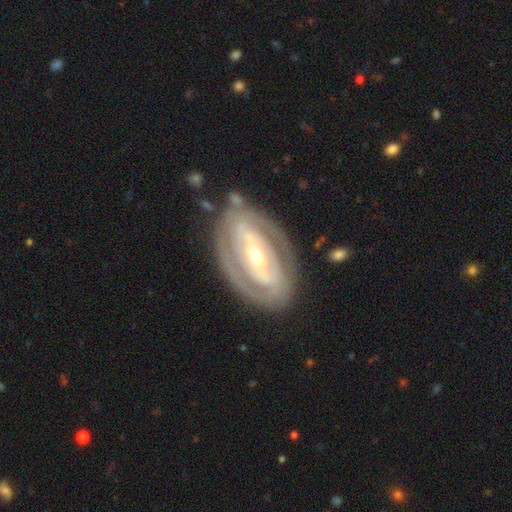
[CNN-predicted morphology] Smooth or featured?
  - featured or disk: 82% *
  - smooth: 13%
  - star or artifact: 5%
Edge-on disk?
  - no: 94% *
  - yes: 6%
Bar?
  - strong: 45% *
  - weak: 28%
  - no: 27%
Spiral arms?
  - yes: 72% *
  - no: 28%
Spiral winding?
  - tight: 66% *
  - medium: 25%
  - loose: 9%
Spiral arm count?
  - 2: 59% *
  - can't tell: 26%
  - 3: 7%
  - 1: 5%
  - 4: 2%
  - more than 4: 2%
Bulge size?
  - moderate: 50% *
  - small: 45%
  - large: 3%
  - dominant: 1%
  - none: 1%
Merging?
  - none: 76% *
  - minor disturbance: 15%
  - major disturbance: 6%
  - merger: 2%